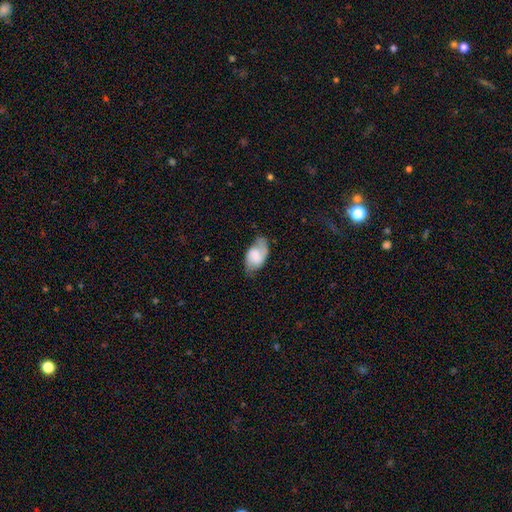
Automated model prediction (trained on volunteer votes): smooth-or-featured: featured or disk: 56% | smooth: 36% | star or artifact: 7%
  disk-edge-on: no: 96% | yes: 4%
    bar: weak: 46% | no: 37% | strong: 18%
    has-spiral-arms: yes: 89% | no: 11%
    bulge-size: none: 27% | small: 26% | moderate: 25% | large: 18% | dominant: 4%
  merging: none: 63% | minor disturbance: 26% | major disturbance: 9% | merger: 2%